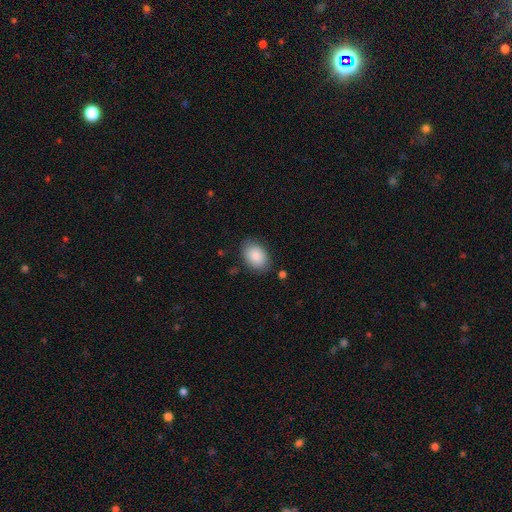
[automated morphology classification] A smooth galaxy with no disk features (88%) that is in between round and cigar-shaped (84%).

Vote fractions:
- Smooth or featured? smooth: 88% / star or artifact: 6% / featured or disk: 5%
- How rounded? in between: 84% / round: 15% / cigar-shaped: 1%
- Merging? none: 82% / minor disturbance: 13% / major disturbance: 3% / merger: 2%